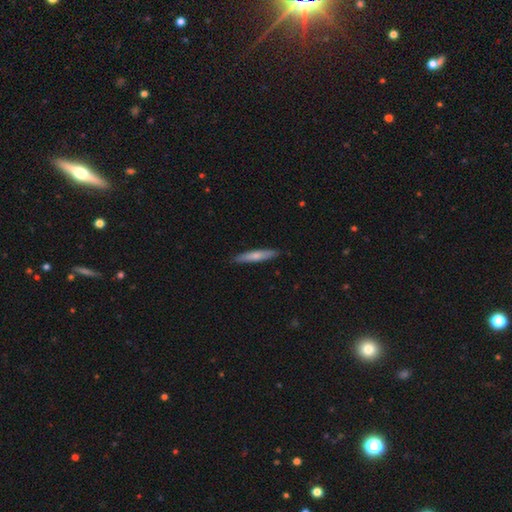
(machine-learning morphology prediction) smooth_or_featured: smooth (p=0.68) [alt: featured or disk p=0.27]
how_rounded: cigar-shaped (p=0.91) [alt: in between p=0.07]
merging: none (p=0.90) [alt: minor disturbance p=0.08]